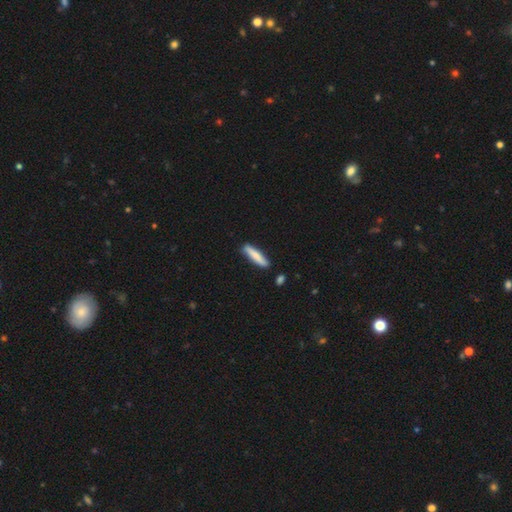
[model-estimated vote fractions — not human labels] Smooth or featured: smooth — 77% (featured or disk — 17%)
How rounded: cigar-shaped — 88% (in between — 10%)
Merging: none — 85% (minor disturbance — 11%)